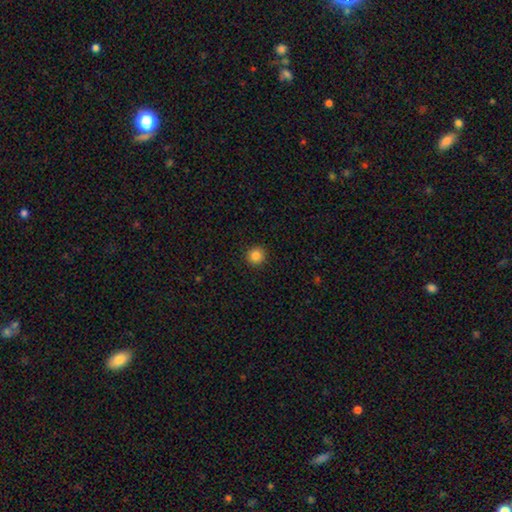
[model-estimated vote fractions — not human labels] smooth-or-featured: smooth: 86% | star or artifact: 11% | featured or disk: 4%
  how-rounded: round: 92% | in between: 7% | cigar-shaped: 1%
  merging: none: 92% | minor disturbance: 5% | major disturbance: 2% | merger: 1%